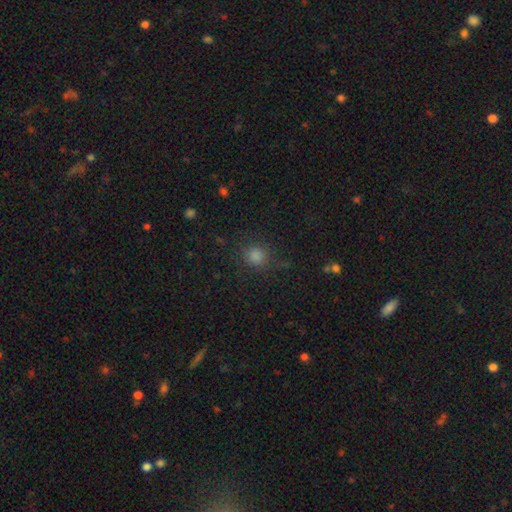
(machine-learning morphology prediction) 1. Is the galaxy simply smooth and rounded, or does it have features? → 77% smooth, 18% star or artifact, 5% featured or disk.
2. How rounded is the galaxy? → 85% round, 14% in between, 1% cigar-shaped.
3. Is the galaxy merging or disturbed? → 81% none, 12% minor disturbance, 5% major disturbance, 2% merger.